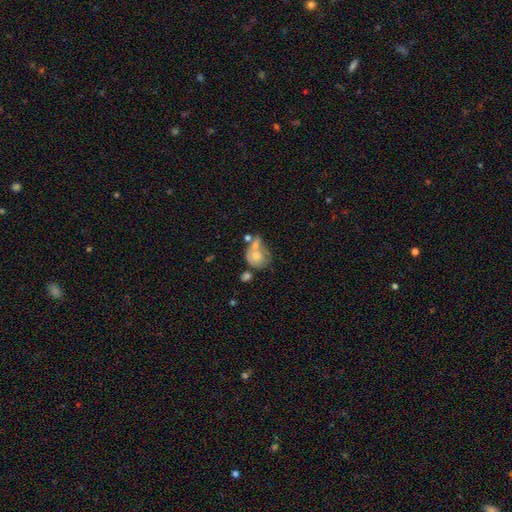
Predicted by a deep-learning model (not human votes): Q: Smooth or featured?
A: smooth (61%); runner-up: featured or disk (31%)
Q: How rounded?
A: round (62%); runner-up: in between (37%)
Q: Merging?
A: merger (40%); runner-up: none (25%)